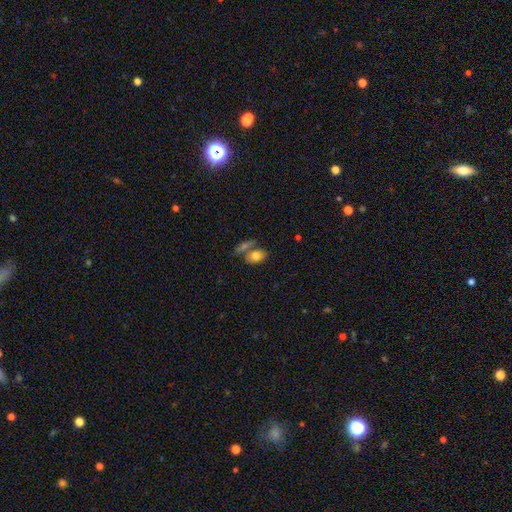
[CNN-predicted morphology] This is likely a smooth galaxy (74%). How rounded: clearly in between (81%). Merging: possibly none (46%).